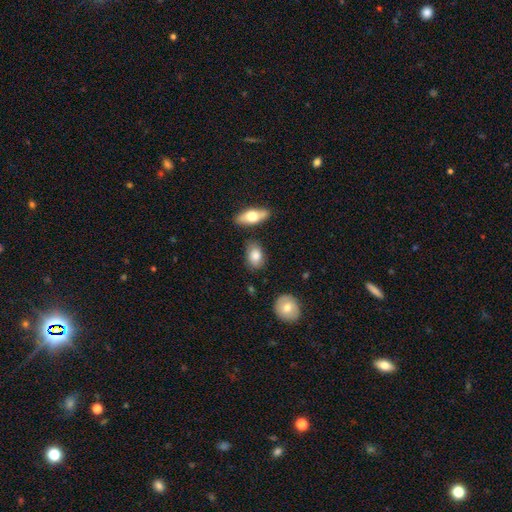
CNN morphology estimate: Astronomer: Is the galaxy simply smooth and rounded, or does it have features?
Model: smooth — 82%.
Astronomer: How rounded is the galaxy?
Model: in between — 85%.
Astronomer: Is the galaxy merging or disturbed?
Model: none — 77%.